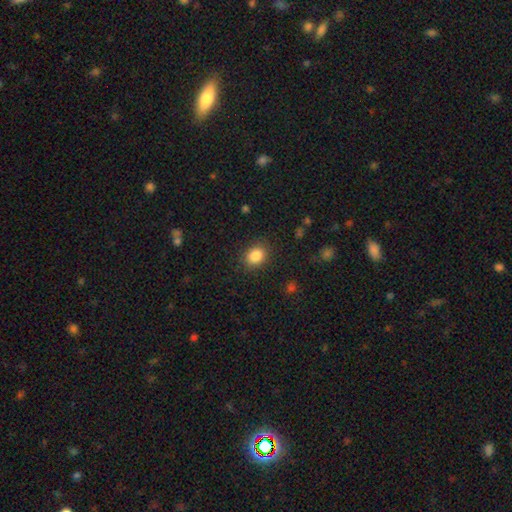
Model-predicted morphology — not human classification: This appears to be a smooth galaxy with no disk features (86%) that is in between round and cigar-shaped (51%). Merging: none (87%).